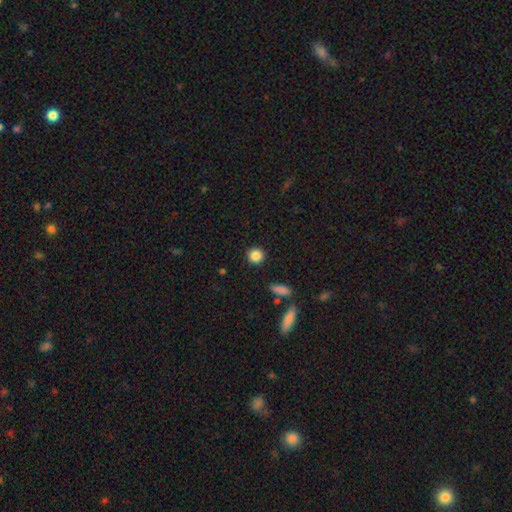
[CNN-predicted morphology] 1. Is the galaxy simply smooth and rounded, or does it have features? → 86% smooth, 9% star or artifact, 4% featured or disk.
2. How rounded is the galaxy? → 90% round, 9% in between, 1% cigar-shaped.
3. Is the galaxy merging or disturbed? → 89% none, 6% minor disturbance, 2% merger, 2% major disturbance.